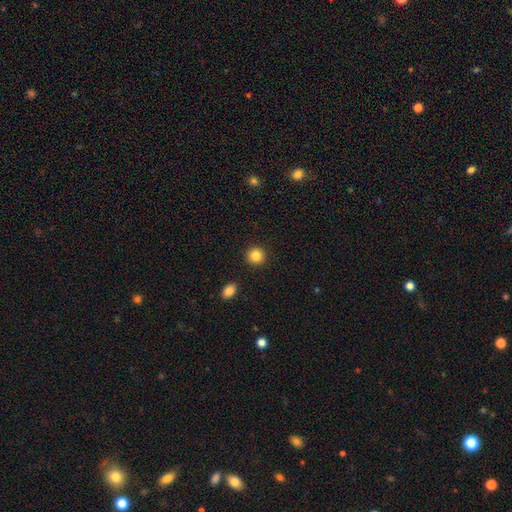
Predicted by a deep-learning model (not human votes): Q: Smooth or featured?
A: smooth (85%); runner-up: star or artifact (10%)
Q: How rounded?
A: round (93%); runner-up: in between (6%)
Q: Merging?
A: none (92%); runner-up: minor disturbance (5%)